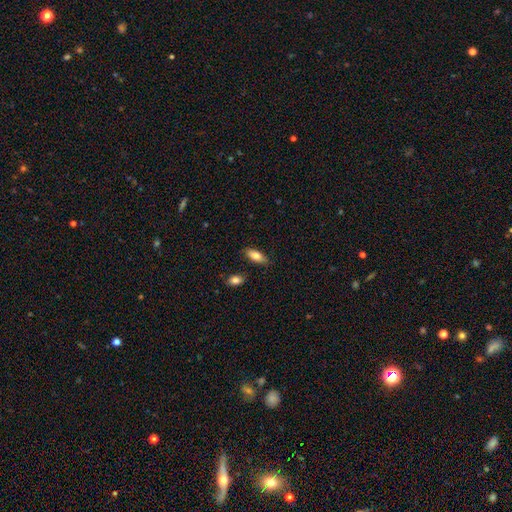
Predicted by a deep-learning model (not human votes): Smooth or featured? smooth (78%)
How rounded? in between (77%)
Merging? none (84%)